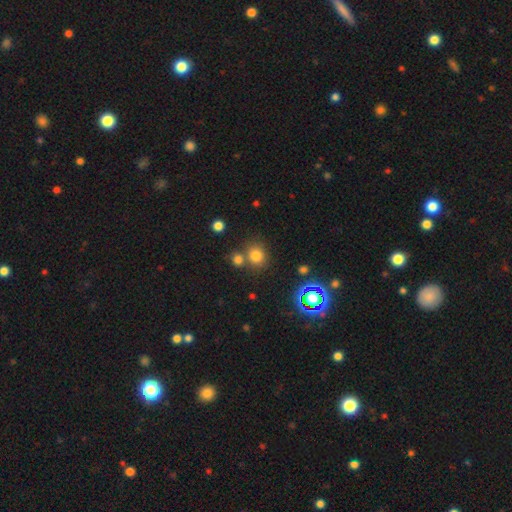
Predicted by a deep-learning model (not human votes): Smooth or featured? smooth (75%)
How rounded? round (82%)
Merging? none (65%)